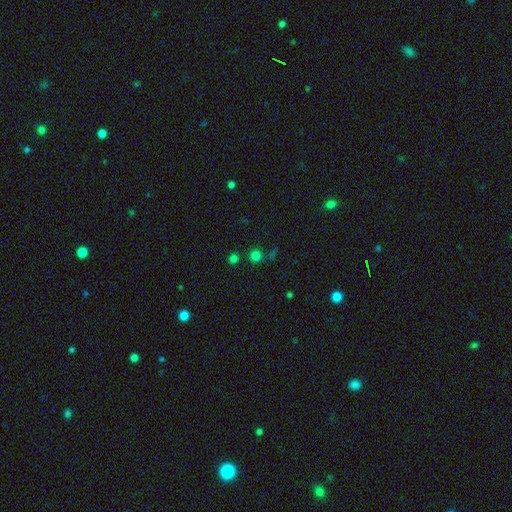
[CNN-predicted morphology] Overall: smooth (71%). How rounded: round (93%). Merging: none (78%).